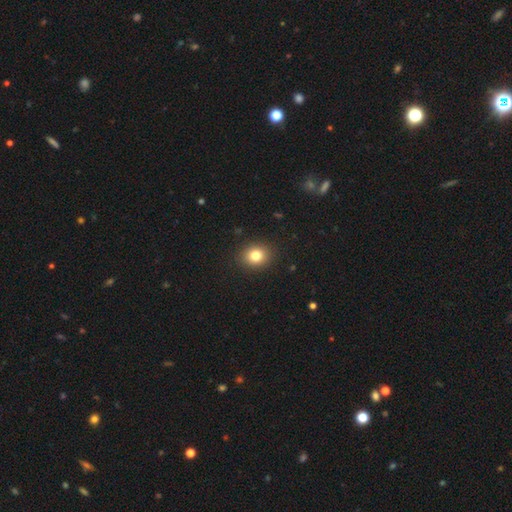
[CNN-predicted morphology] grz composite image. It shows a smooth galaxy with no disk features (81%) that is round (66%). Merging: none (90%).